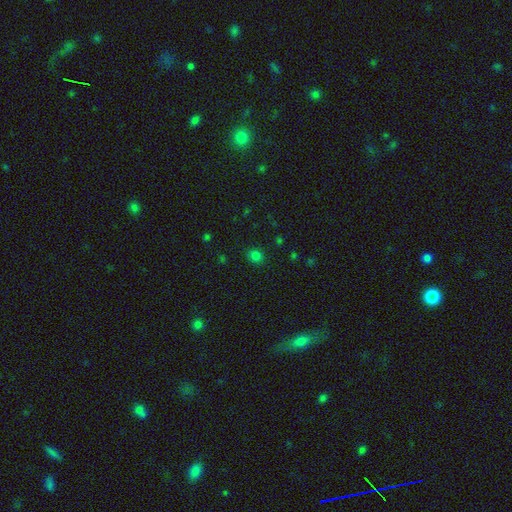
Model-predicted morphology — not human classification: smooth_or_featured: smooth (p=0.78) [alt: star or artifact p=0.19]
how_rounded: round (p=0.75) [alt: in between p=0.24]
merging: none (p=0.87) [alt: minor disturbance p=0.09]